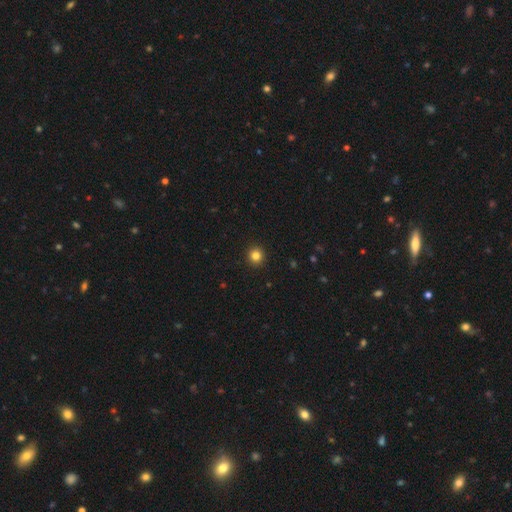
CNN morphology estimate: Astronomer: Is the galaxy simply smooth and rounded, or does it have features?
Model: smooth — 83%.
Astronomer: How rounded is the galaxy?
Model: round — 93%.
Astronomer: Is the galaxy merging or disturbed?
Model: none — 93%.